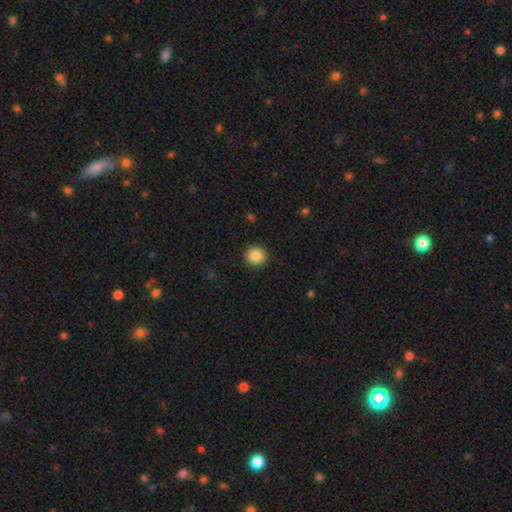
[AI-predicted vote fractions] Smooth or featured? smooth (86%)
How rounded? round (93%)
Merging? none (92%)